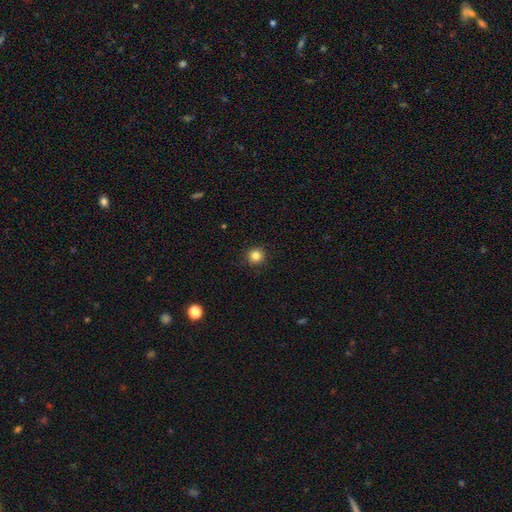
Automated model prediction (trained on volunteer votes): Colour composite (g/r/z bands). It shows a smooth galaxy with no disk features (84%) that is round (95%). Merging: none (92%).